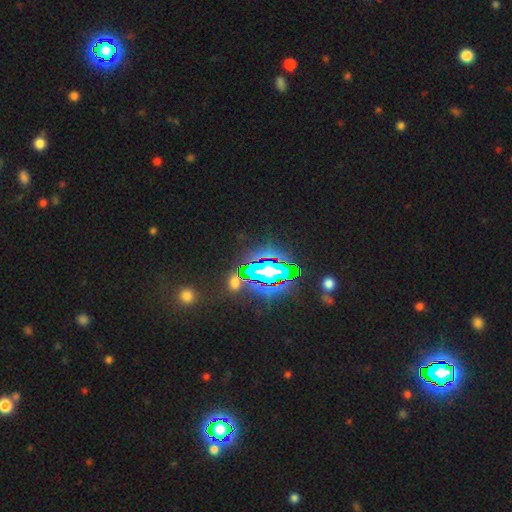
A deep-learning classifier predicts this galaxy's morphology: type=star or artifact (75%).